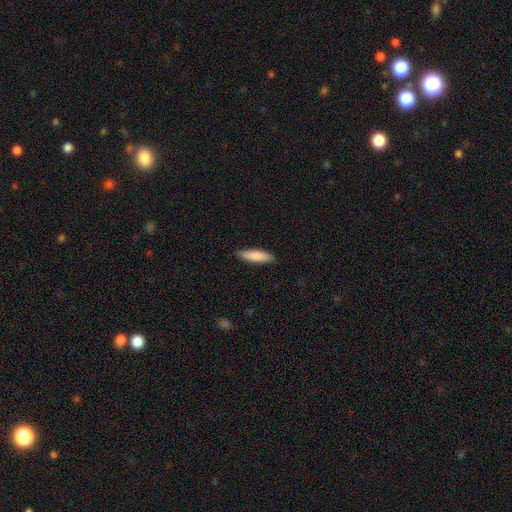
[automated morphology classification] Smooth or featured?
  - smooth: 84% *
  - featured or disk: 11%
  - star or artifact: 5%
How rounded?
  - cigar-shaped: 68% *
  - in between: 30%
  - round: 1%
Merging?
  - none: 89% *
  - minor disturbance: 8%
  - major disturbance: 2%
  - merger: 1%